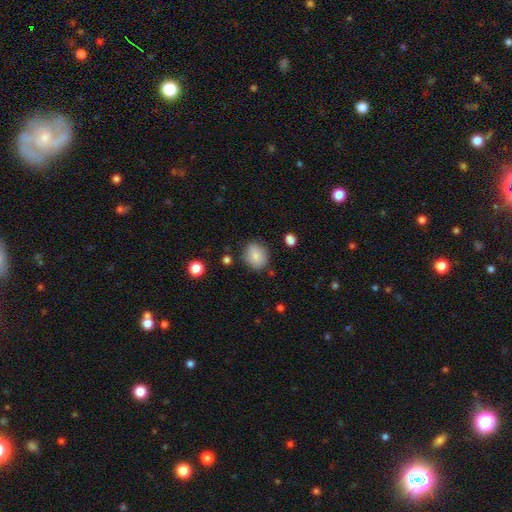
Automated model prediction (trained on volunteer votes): A smooth galaxy with no disk features (84%) that is round (64%). Merging: none (79%).